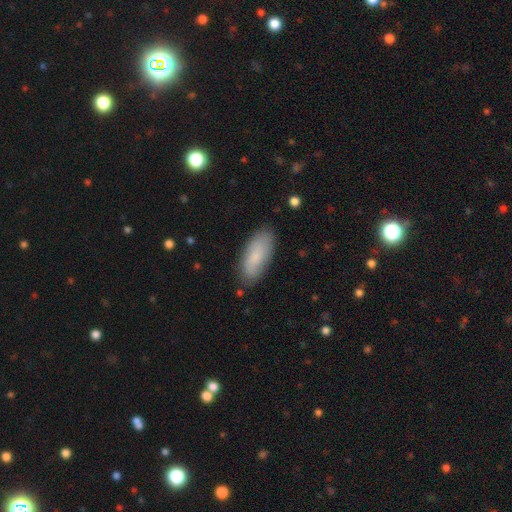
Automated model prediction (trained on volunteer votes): A smooth galaxy with no disk features (78%) that is in between round and cigar-shaped (83%). Merging: none (82%).